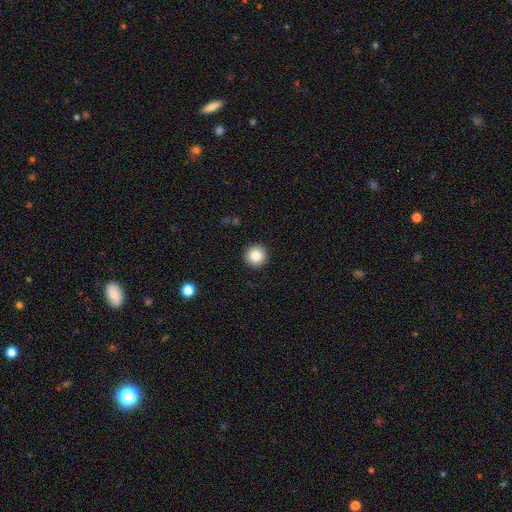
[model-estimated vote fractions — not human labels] This appears to be a smooth galaxy with no disk features (85%) that is round (96%). Merging: none (93%).